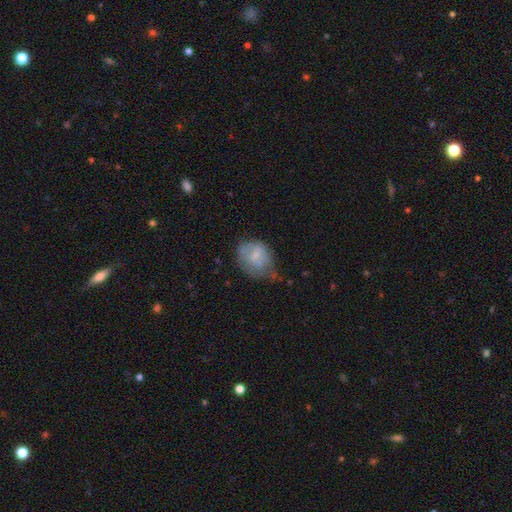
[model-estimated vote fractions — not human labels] A smooth galaxy with no disk features (63%) that is round (53%). Merging: minor disturbance (40%).